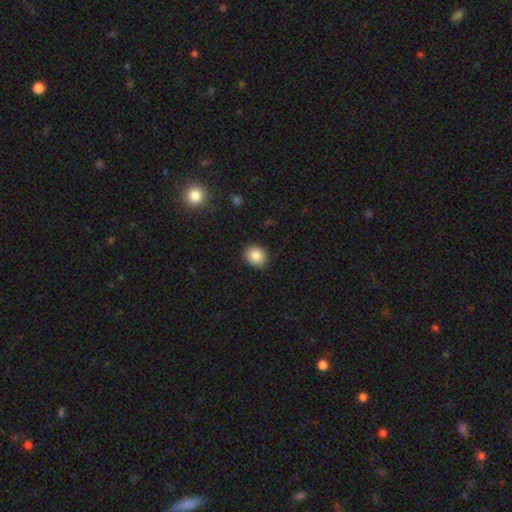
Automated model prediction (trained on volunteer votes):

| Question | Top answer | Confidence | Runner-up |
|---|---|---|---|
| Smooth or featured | smooth | 86% | star or artifact (9%) |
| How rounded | round | 76% | in between (23%) |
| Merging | none | 90% | minor disturbance (7%) |